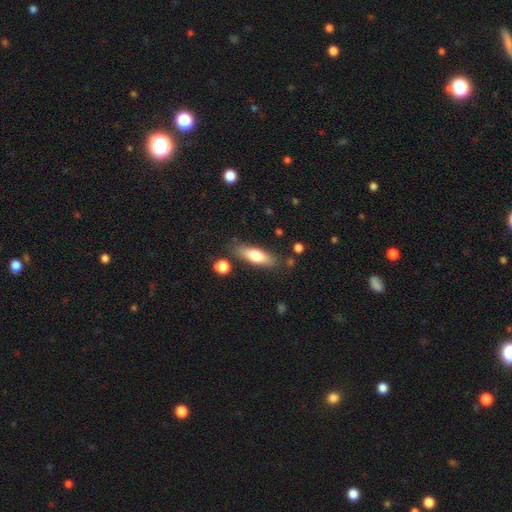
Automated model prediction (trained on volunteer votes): Smooth or featured?
  - smooth: 70% *
  - featured or disk: 24%
  - star or artifact: 6%
How rounded?
  - in between: 52% *
  - cigar-shaped: 45%
  - round: 3%
Merging?
  - none: 80% *
  - minor disturbance: 13%
  - merger: 4%
  - major disturbance: 3%